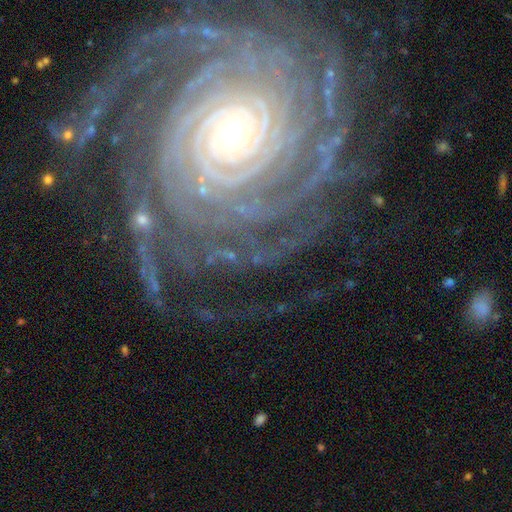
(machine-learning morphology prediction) The model was most divided on "spiral arm count": more than 4: 40%, 4: 18%, can't tell: 14%, 3: 11%, 2: 10%, 1: 8%. More confident: spiral arms — yes (99%); edge-on disk — no (98%); smooth or featured — featured or disk (91%); spiral winding — tight (87%); merging — none (77%); bar — no (71%); bulge size — small (66%).